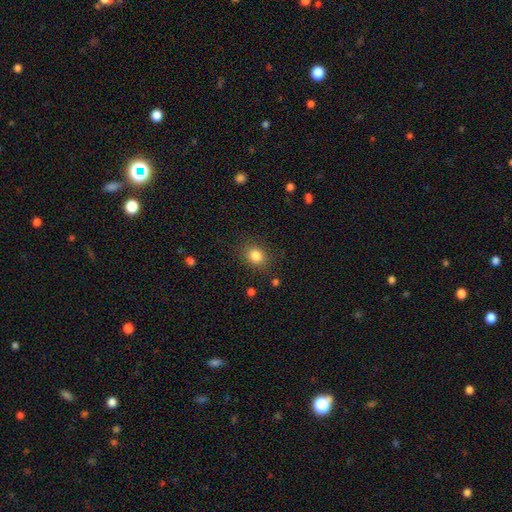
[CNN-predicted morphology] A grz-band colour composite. It shows a smooth galaxy with no disk features (84%) that is round (57%). Merging: none (83%).